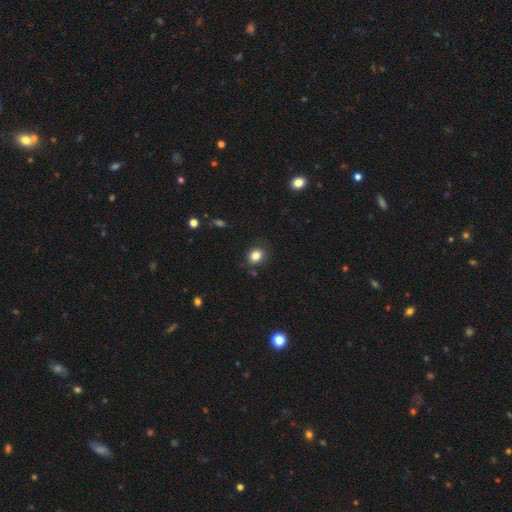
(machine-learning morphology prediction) Smooth or featured? smooth (84%)
How rounded? round (62%)
Merging? none (83%)